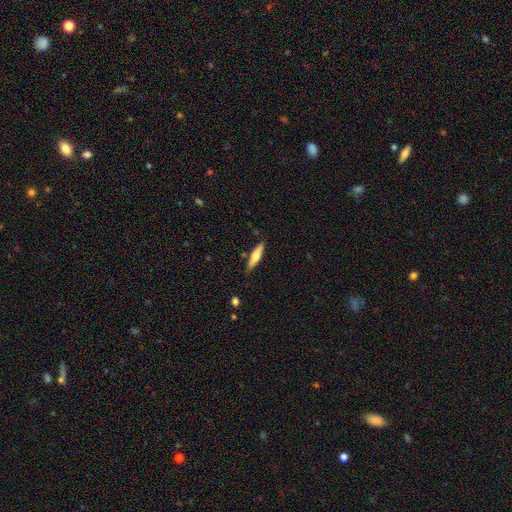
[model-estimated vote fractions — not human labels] A smooth galaxy with no disk features (57%) that is cigar-shaped (79%). Merging: none (83%).